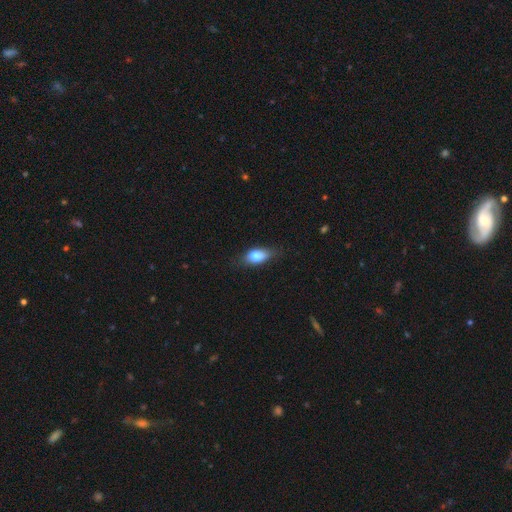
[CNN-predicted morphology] The model was most divided on "merging": none: 73%, minor disturbance: 21%, major disturbance: 4%, merger: 1%. More confident: how rounded — in between (81%); smooth or featured — smooth (77%).